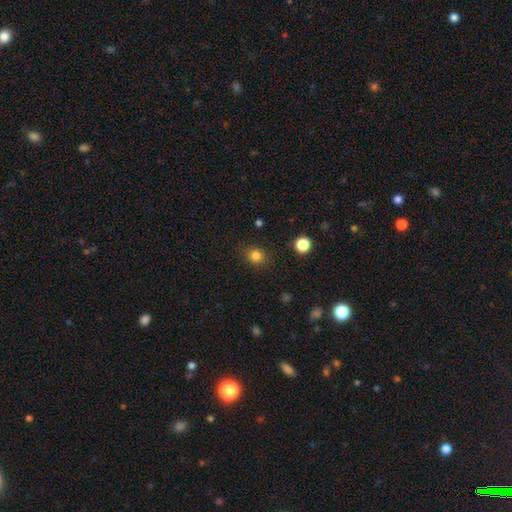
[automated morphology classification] Smooth or featured? smooth (83%)
How rounded? round (82%)
Merging? none (88%)